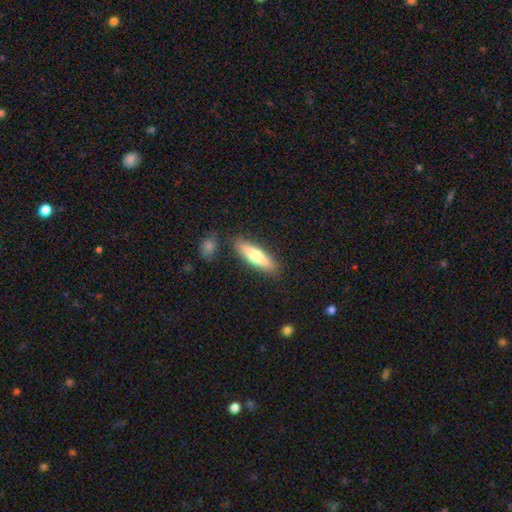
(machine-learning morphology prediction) A smooth galaxy with no disk features (61%) that is cigar-shaped (67%).

Vote fractions:
- Smooth or featured? smooth: 61% / featured or disk: 33% / star or artifact: 5%
- How rounded? cigar-shaped: 67% / in between: 31% / round: 2%
- Merging? none: 84% / minor disturbance: 10% / merger: 4% / major disturbance: 2%